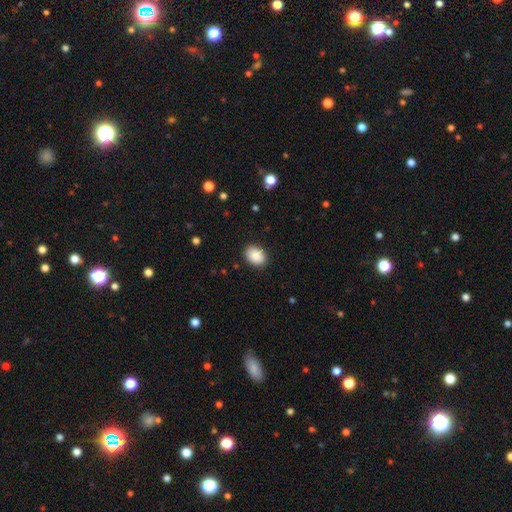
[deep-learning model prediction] Overall: smooth (88%). How rounded: in between (72%). Merging: none (88%).